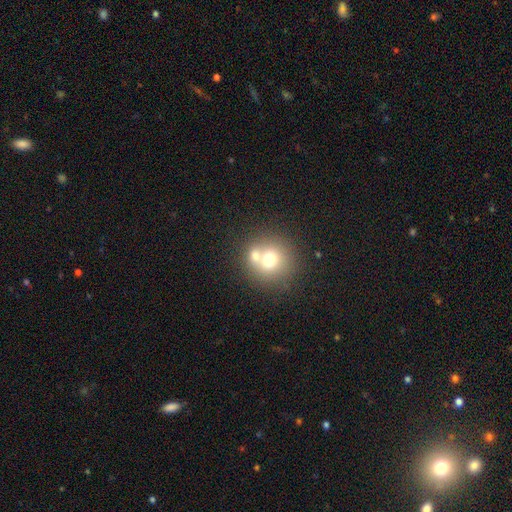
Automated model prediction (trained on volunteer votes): Morphology: type=smooth (70%); roundness=round (86%); merging=none (46%).